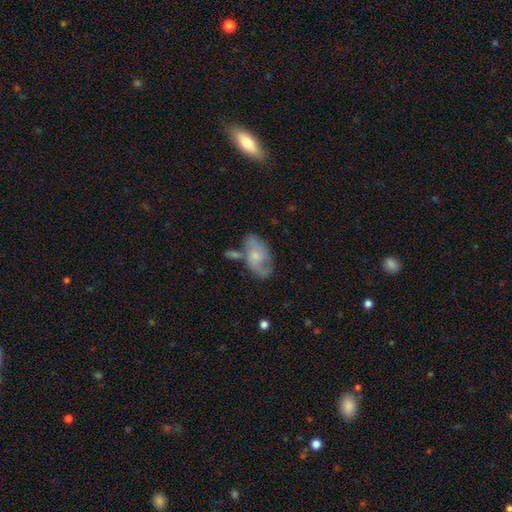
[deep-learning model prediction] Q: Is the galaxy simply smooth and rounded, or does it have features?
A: featured or disk — 57%.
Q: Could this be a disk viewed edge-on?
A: no — 94%.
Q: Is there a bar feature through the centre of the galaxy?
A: no — 68%.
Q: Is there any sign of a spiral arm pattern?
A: yes — 77%.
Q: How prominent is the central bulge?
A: small — 47%.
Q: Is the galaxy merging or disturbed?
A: none — 46%.